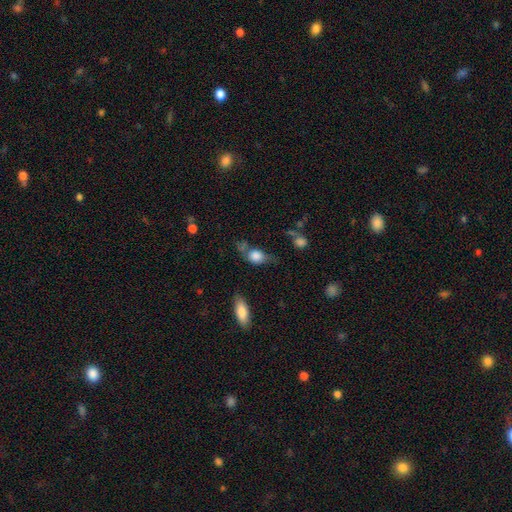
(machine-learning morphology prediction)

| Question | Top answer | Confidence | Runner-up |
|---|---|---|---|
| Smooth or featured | smooth | 74% | featured or disk (17%) |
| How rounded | in between | 54% | round (40%) |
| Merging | none | 40% | minor disturbance (29%) |